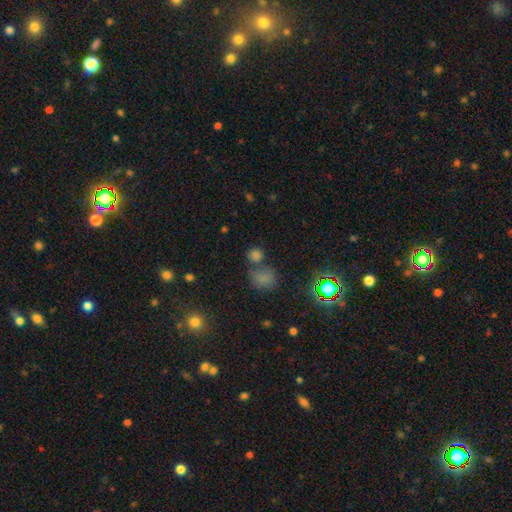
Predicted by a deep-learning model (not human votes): A smooth galaxy with no disk features (65%) that is round (77%). Merging: none (56%).